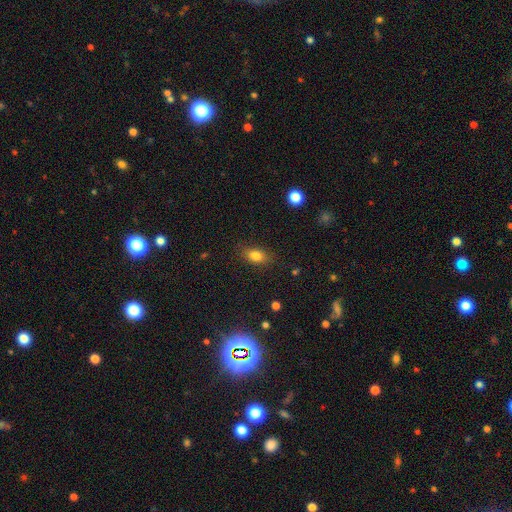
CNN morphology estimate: smooth_or_featured: smooth (p=0.81) [alt: star or artifact p=0.11]
how_rounded: in between (p=0.81) [alt: round p=0.15]
merging: none (p=0.84) [alt: minor disturbance p=0.12]